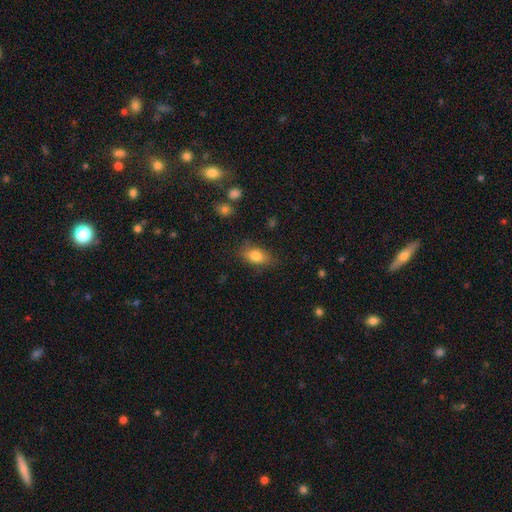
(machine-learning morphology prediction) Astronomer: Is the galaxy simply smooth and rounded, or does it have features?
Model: smooth — 80%.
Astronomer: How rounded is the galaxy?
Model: in between — 85%.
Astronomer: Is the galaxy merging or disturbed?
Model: none — 77%.